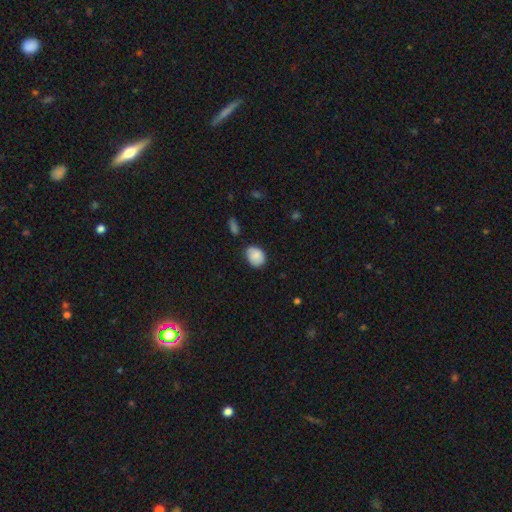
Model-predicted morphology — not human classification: Q: Smooth or featured?
A: smooth (86%); runner-up: star or artifact (8%)
Q: How rounded?
A: in between (57%); runner-up: round (42%)
Q: Merging?
A: none (66%); runner-up: minor disturbance (26%)